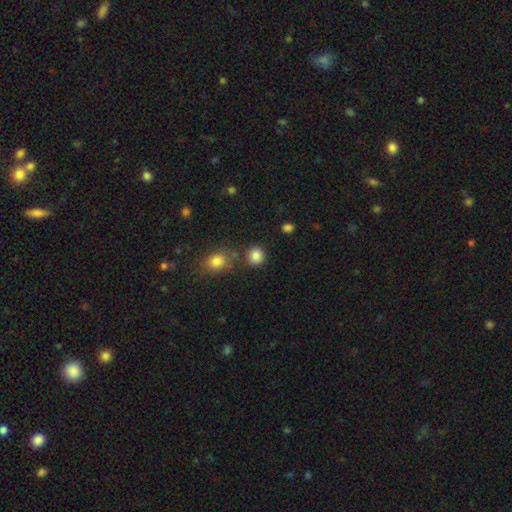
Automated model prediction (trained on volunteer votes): Overall: smooth (86%). How rounded: round (87%). Merging: none (81%).